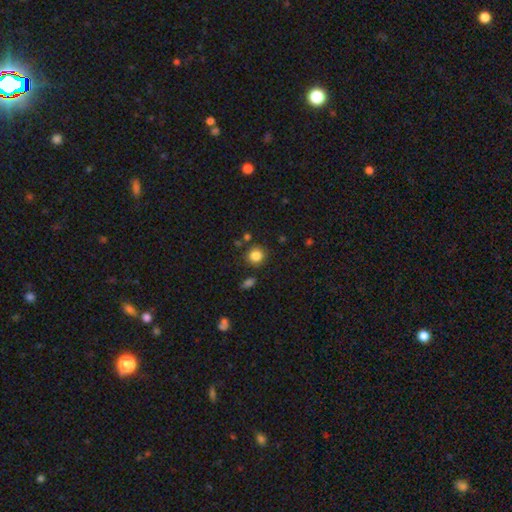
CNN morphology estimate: The model was most divided on "merging": none: 83%, minor disturbance: 10%, merger: 4%, major disturbance: 3%. More confident: how rounded — round (87%); smooth or featured — smooth (84%).